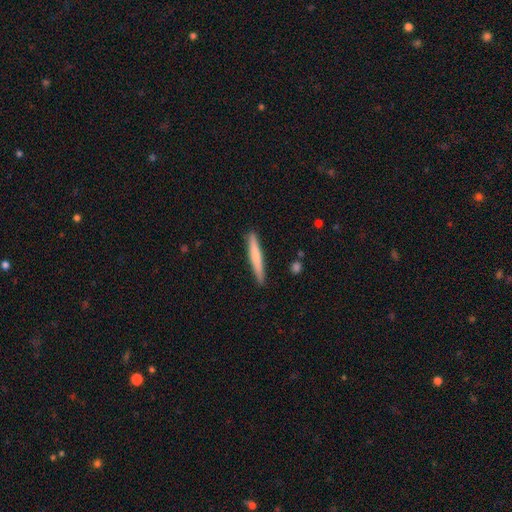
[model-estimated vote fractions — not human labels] smooth-or-featured: smooth: 67% | featured or disk: 28% | star or artifact: 5%
  how-rounded: cigar-shaped: 96% | in between: 3% | round: 1%
  merging: none: 89% | minor disturbance: 8% | major disturbance: 1% | merger: 1%